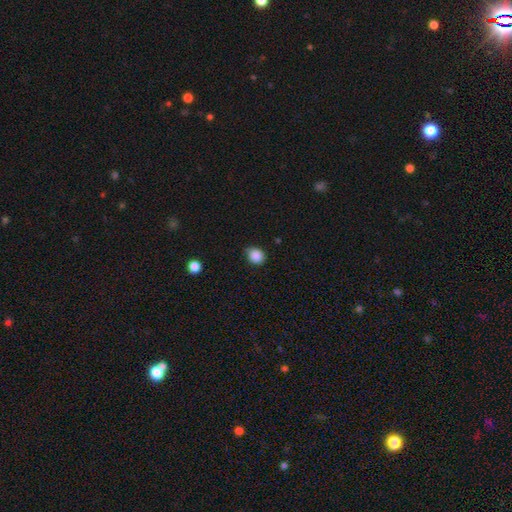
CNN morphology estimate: smooth-or-featured: smooth: 87% | star or artifact: 9% | featured or disk: 3%
  how-rounded: round: 69% | in between: 30% | cigar-shaped: 1%
  merging: none: 76% | minor disturbance: 20% | major disturbance: 3% | merger: 1%